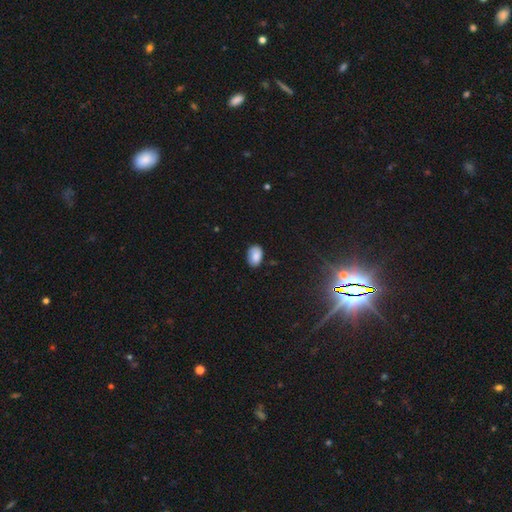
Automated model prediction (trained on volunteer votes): This appears to be a smooth galaxy with no disk features (85%) that is in between round and cigar-shaped (86%). Merging: none (78%).